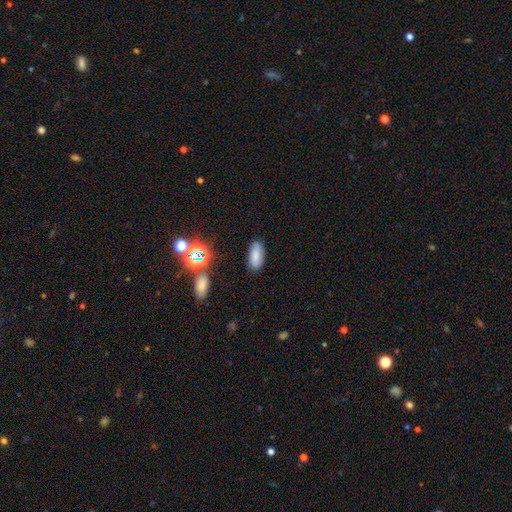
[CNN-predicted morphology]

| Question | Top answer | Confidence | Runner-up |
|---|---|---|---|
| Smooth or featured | smooth | 76% | star or artifact (12%) |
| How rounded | in between | 87% | cigar-shaped (9%) |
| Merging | none | 83% | minor disturbance (12%) |